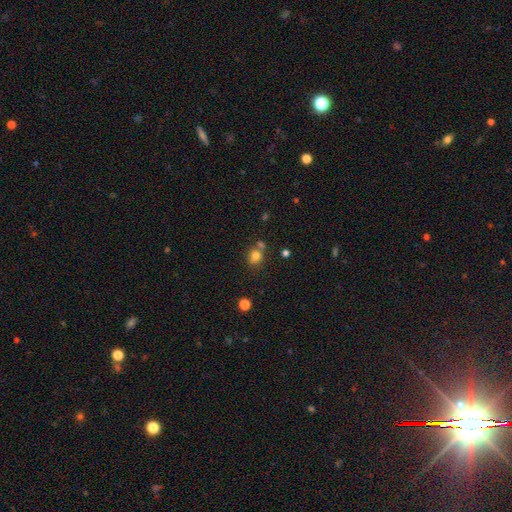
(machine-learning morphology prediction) Q: Smooth or featured?
A: smooth (77%); runner-up: star or artifact (14%)
Q: How rounded?
A: round (70%); runner-up: in between (29%)
Q: Merging?
A: none (58%); runner-up: merger (26%)